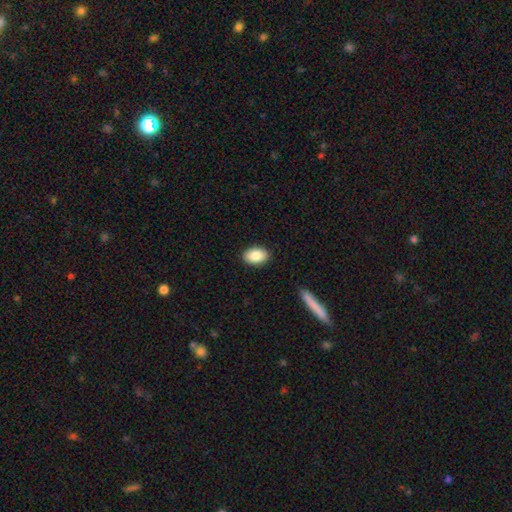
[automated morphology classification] This appears to be a smooth galaxy with no disk features (86%) that is in between round and cigar-shaped (88%). Merging: none (90%).